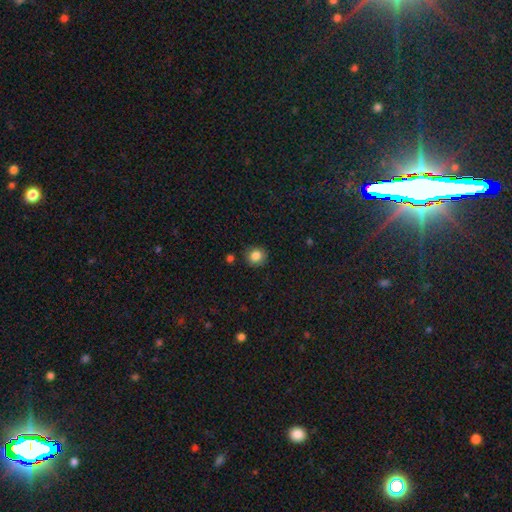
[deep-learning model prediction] The model was most divided on "how rounded": round: 85%, in between: 15%, cigar-shaped: 1%. More confident: merging — none (85%); smooth or featured — smooth (84%).